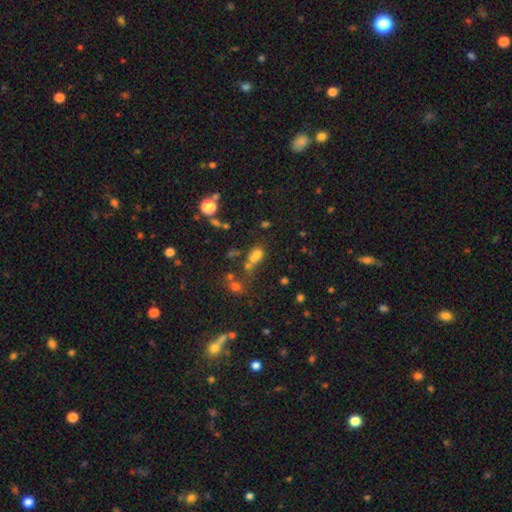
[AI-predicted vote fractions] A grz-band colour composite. It shows a smooth galaxy with no disk features (59%) that is round (57%). Merging: merger (46%).